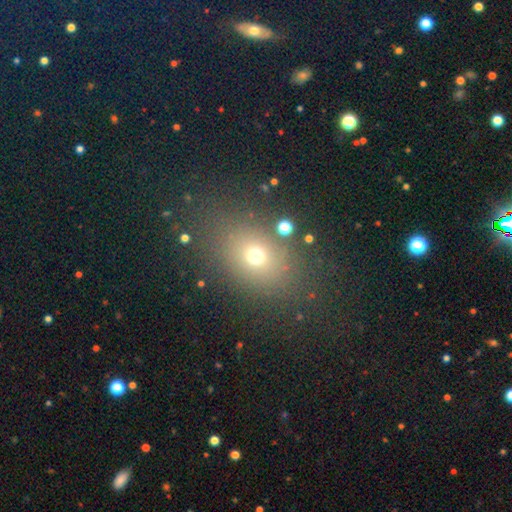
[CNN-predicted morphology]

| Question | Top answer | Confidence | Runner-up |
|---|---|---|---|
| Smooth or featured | smooth | 67% | star or artifact (21%) |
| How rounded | in between | 55% | round (43%) |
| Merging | none | 77% | minor disturbance (12%) |